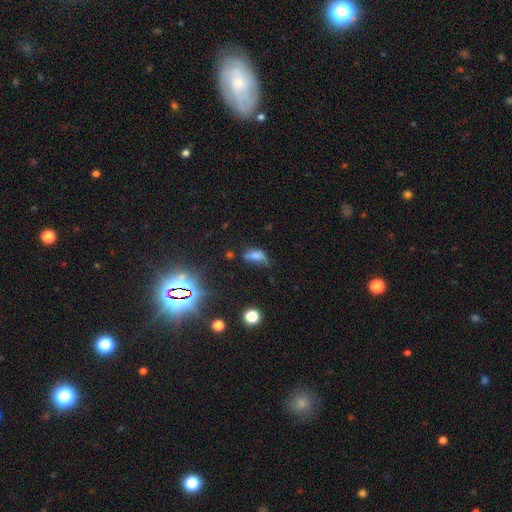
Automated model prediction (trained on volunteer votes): smooth-or-featured: smooth: 66% | star or artifact: 18% | featured or disk: 16%
  how-rounded: in between: 84% | cigar-shaped: 10% | round: 7%
  merging: minor disturbance: 36% | none: 35% | major disturbance: 23% | merger: 7%